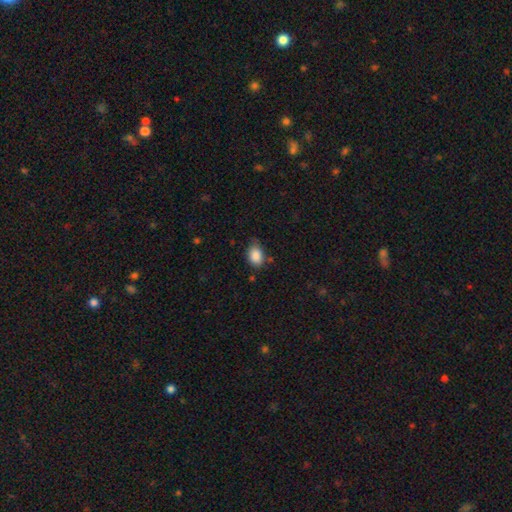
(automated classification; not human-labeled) A smooth galaxy with no disk features (87%) that is in between round and cigar-shaped (80%).

Vote fractions:
- Smooth or featured? smooth: 87% / star or artifact: 8% / featured or disk: 5%
- How rounded? in between: 80% / round: 19% / cigar-shaped: 1%
- Merging? none: 67% / minor disturbance: 26% / major disturbance: 4% / merger: 2%